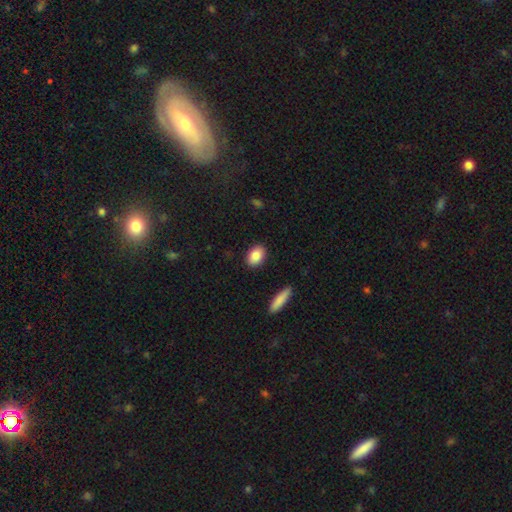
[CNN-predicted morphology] This is clearly a smooth galaxy (87%). How rounded: clearly in between (83%). Merging: clearly none (89%).